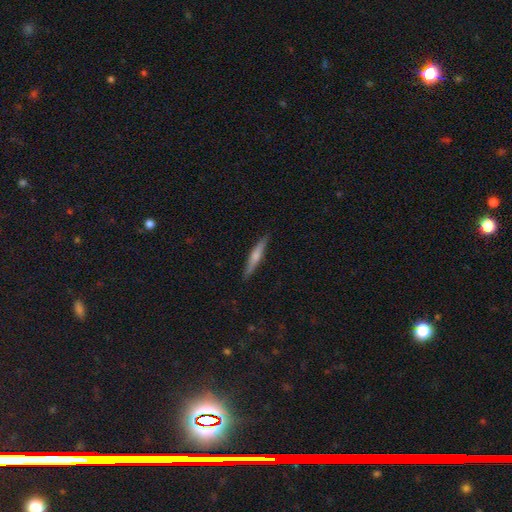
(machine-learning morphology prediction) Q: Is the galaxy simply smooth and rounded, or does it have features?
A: smooth — 49%.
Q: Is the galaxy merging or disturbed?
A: none — 89%.